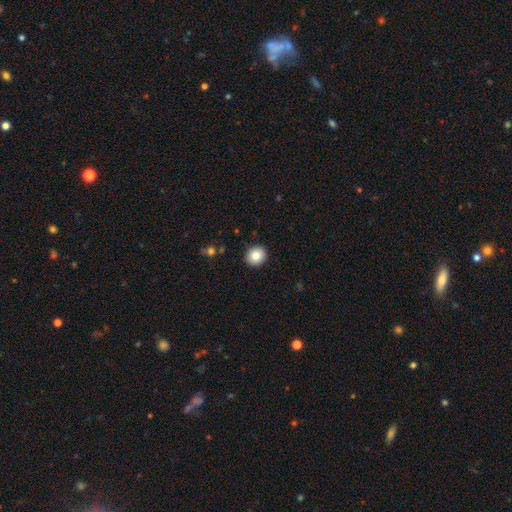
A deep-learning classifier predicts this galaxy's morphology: Smooth or featured?
  - smooth: 83% *
  - star or artifact: 9%
  - featured or disk: 8%
How rounded?
  - round: 85% *
  - in between: 14%
  - cigar-shaped: 1%
Merging?
  - none: 92% *
  - minor disturbance: 5%
  - major disturbance: 2%
  - merger: 1%